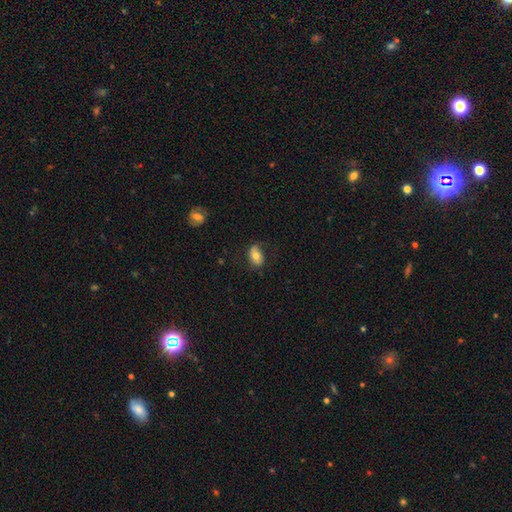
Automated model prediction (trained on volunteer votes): A smooth galaxy with no disk features (71%) that is in between round and cigar-shaped (86%).

Vote fractions:
- Smooth or featured? smooth: 71% / featured or disk: 21% / star or artifact: 8%
- How rounded? in between: 86% / round: 12% / cigar-shaped: 2%
- Merging? none: 69% / minor disturbance: 22% / major disturbance: 7% / merger: 2%